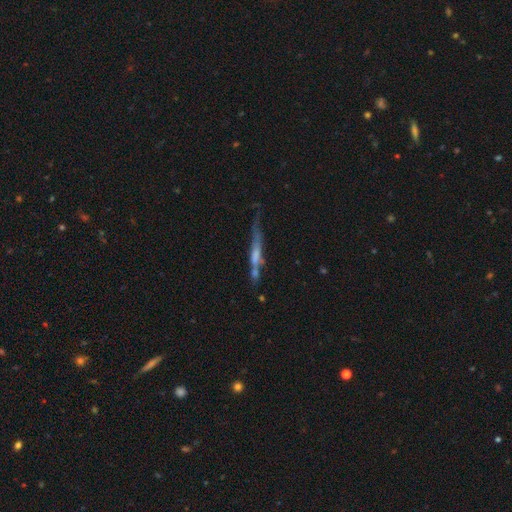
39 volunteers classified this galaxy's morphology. A featured or disk galaxy (69%) viewed edge-on (100%) with no central bulge (48%). Merging: none (67%).